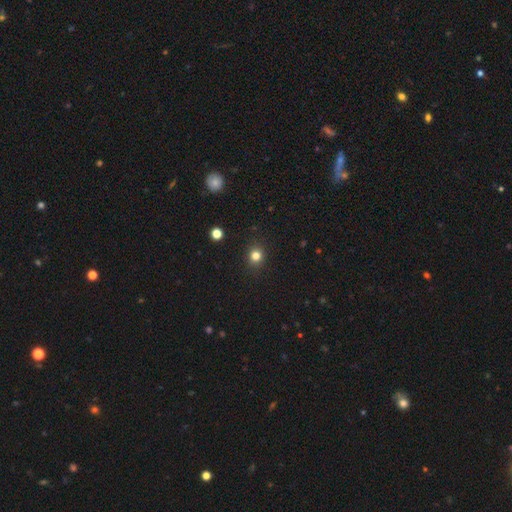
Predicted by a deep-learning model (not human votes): Overall: smooth (81%). How rounded: round (83%). Merging: none (90%).